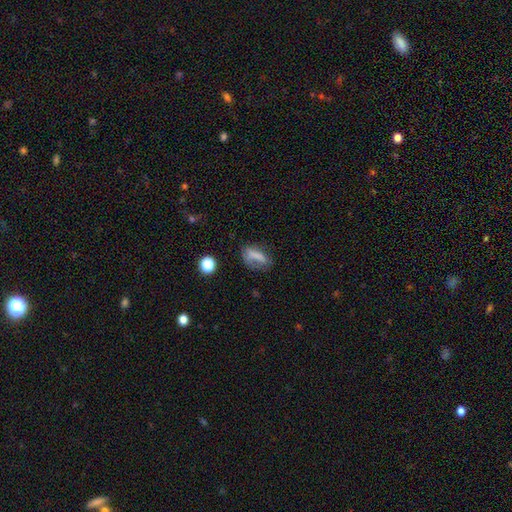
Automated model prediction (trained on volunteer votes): Smooth or featured?
  - smooth: 70% *
  - featured or disk: 17%
  - star or artifact: 13%
How rounded?
  - in between: 66% *
  - cigar-shaped: 24%
  - round: 9%
Merging?
  - none: 46% *
  - minor disturbance: 27%
  - major disturbance: 22%
  - merger: 5%